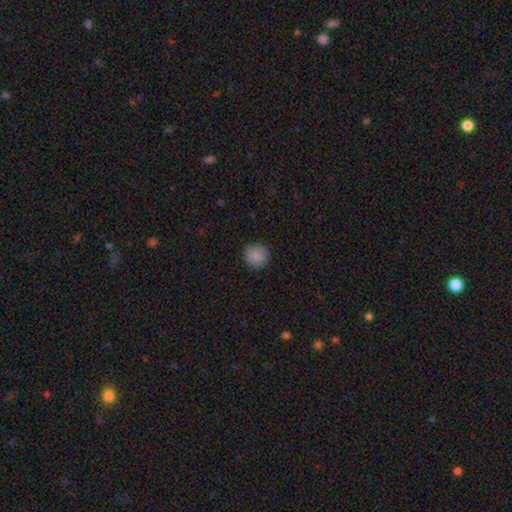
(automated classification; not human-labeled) smooth-or-featured: smooth: 88% | star or artifact: 8% | featured or disk: 4%
  how-rounded: round: 93% | in between: 6% | cigar-shaped: 1%
  merging: none: 90% | minor disturbance: 7% | major disturbance: 2% | merger: 1%